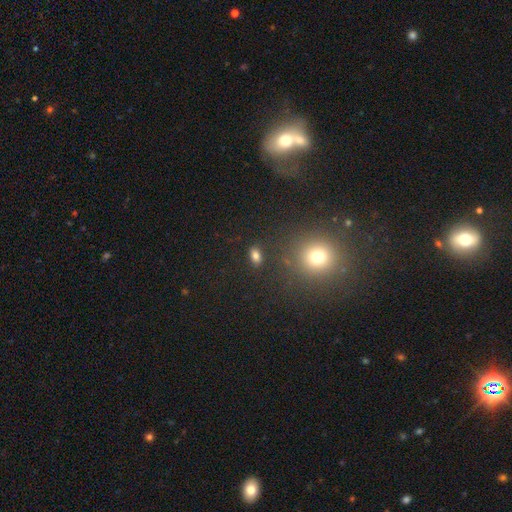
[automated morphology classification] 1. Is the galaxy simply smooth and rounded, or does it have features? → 79% smooth, 14% star or artifact, 7% featured or disk.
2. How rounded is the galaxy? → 83% in between, 14% round, 3% cigar-shaped.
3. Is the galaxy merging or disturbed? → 84% none, 9% minor disturbance, 3% merger, 3% major disturbance.